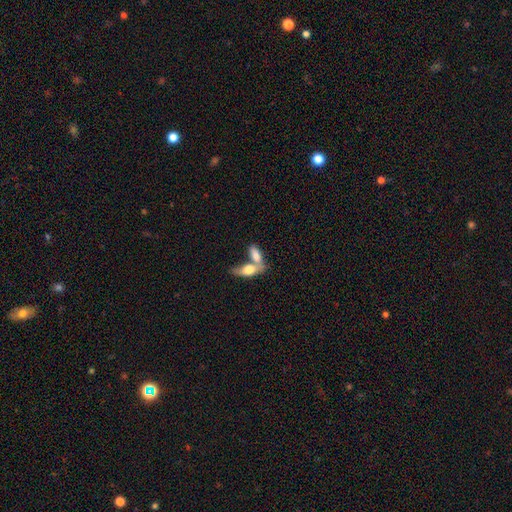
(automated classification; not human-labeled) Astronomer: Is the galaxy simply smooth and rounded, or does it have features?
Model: smooth — 71%.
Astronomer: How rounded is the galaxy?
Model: in between — 79%.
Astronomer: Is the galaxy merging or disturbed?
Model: merger — 65%.